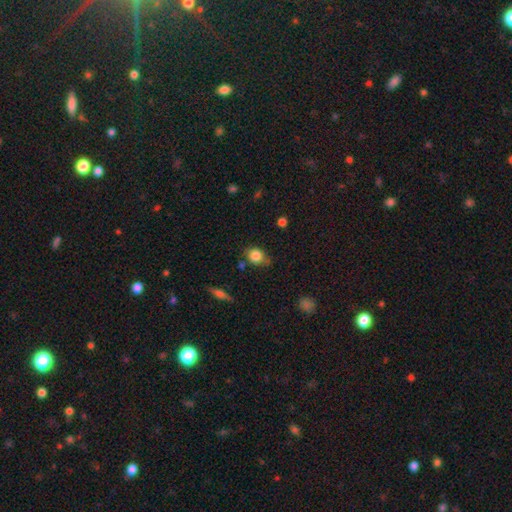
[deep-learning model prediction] The model was most divided on "how rounded": round: 59%, in between: 40%, cigar-shaped: 2%. More confident: smooth or featured — smooth (83%); merging — none (61%).